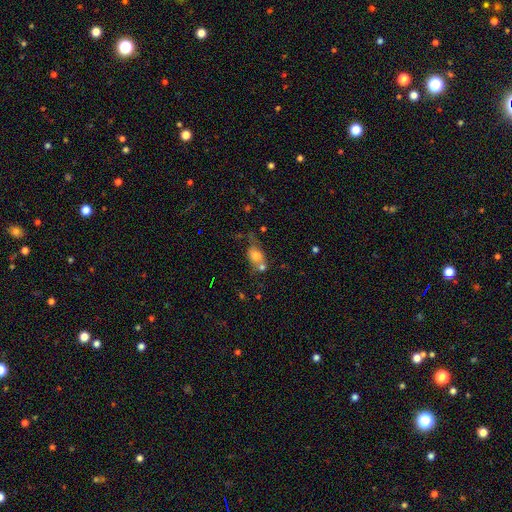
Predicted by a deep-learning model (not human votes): smooth 69%, featured or disk 19%, star or artifact 11%. Down the decision tree: how rounded — in between (60%); merging — merger (36%).